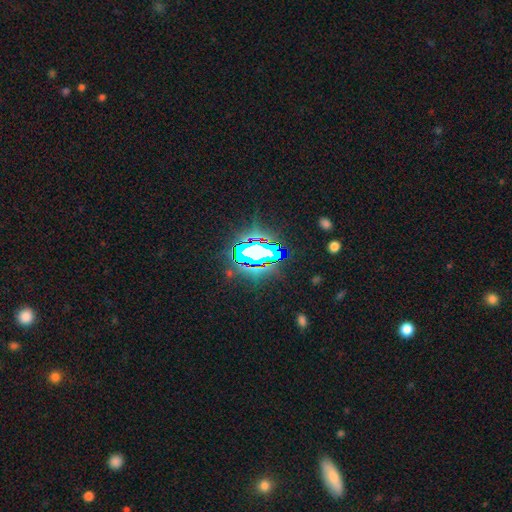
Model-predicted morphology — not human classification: Smooth or featured?
  - star or artifact: 65% *
  - smooth: 18%
  - featured or disk: 16%